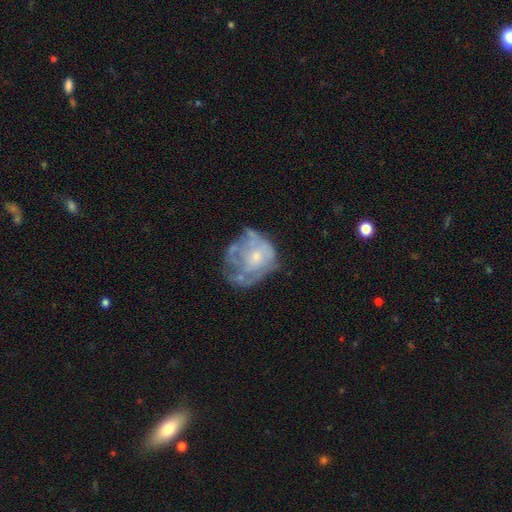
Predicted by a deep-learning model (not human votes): Smooth or featured? featured or disk (63%)
Edge-on disk? no (98%)
Bar? no (85%)
Spiral arms? no (61%)
Bulge size? small (56%)
Merging? none (38%)